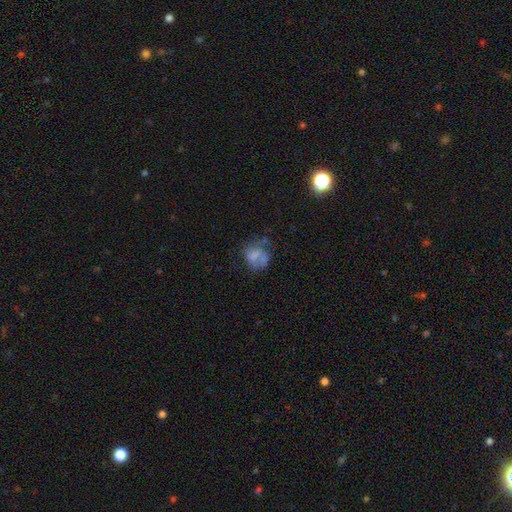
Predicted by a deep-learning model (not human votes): The model was most divided on "merging": none: 37%, major disturbance: 27%, minor disturbance: 25%, merger: 10%. More confident: how rounded — round (61%); smooth or featured — smooth (57%).